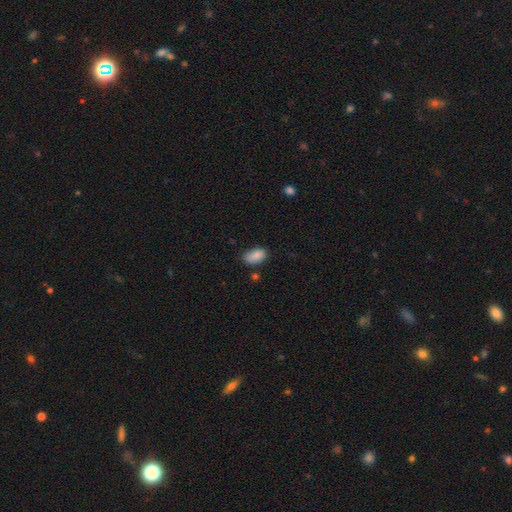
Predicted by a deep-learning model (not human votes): A smooth galaxy with no disk features (88%) that is in between round and cigar-shaped (92%). Merging: none (71%).